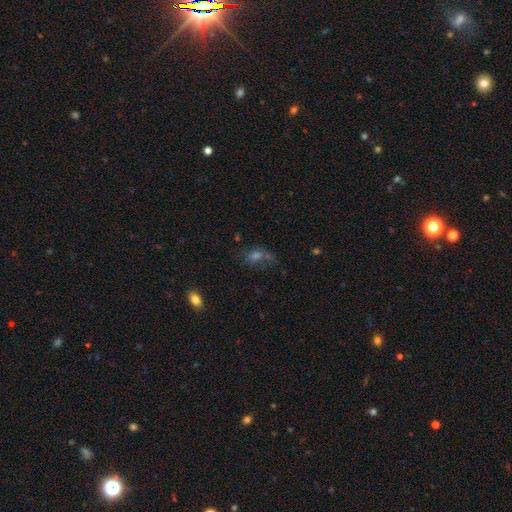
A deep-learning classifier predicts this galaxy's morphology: Smooth or featured? Predicted: smooth (p=0.48). Merging? Predicted: none (p=0.50).